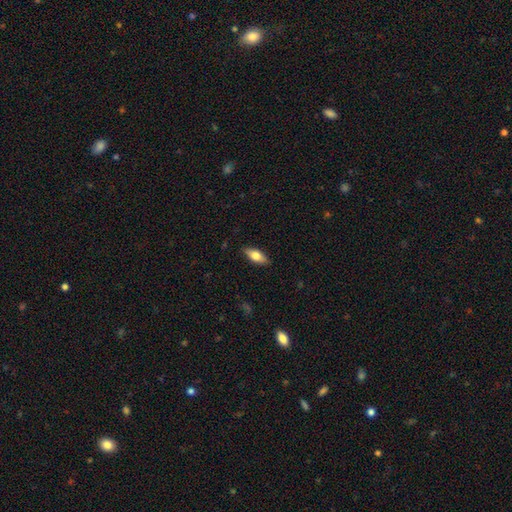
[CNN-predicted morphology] Smooth or featured: smooth — 70% (featured or disk — 24%)
How rounded: in between — 78% (cigar-shaped — 20%)
Merging: none — 88% (minor disturbance — 9%)